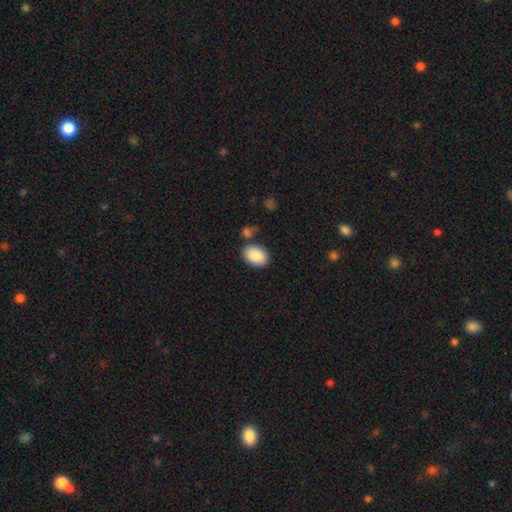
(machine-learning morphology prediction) smooth_or_featured: smooth (p=0.88) [alt: star or artifact p=0.06]
how_rounded: in between (p=0.85) [alt: round p=0.14]
merging: none (p=0.76) [alt: minor disturbance p=0.12]